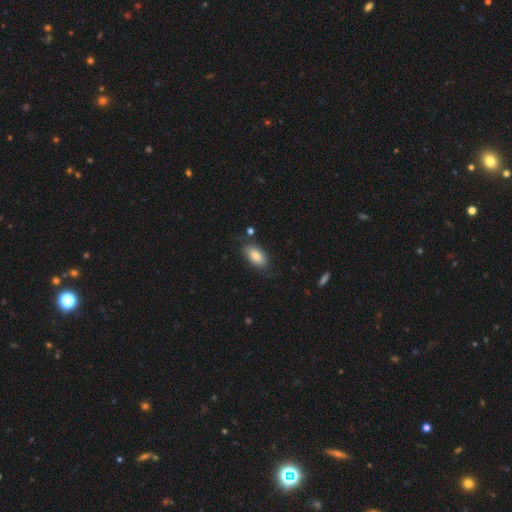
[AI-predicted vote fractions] Smooth or featured: smooth — 78% (featured or disk — 15%)
How rounded: in between — 92% (cigar-shaped — 5%)
Merging: none — 69% (minor disturbance — 21%)